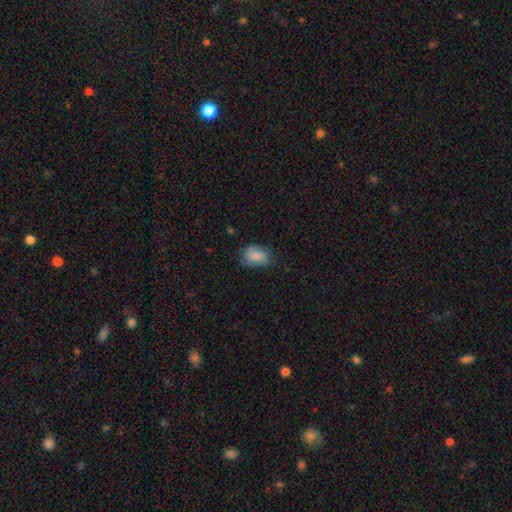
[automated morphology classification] Smooth or featured? smooth (82%)
How rounded? in between (77%)
Merging? none (65%)